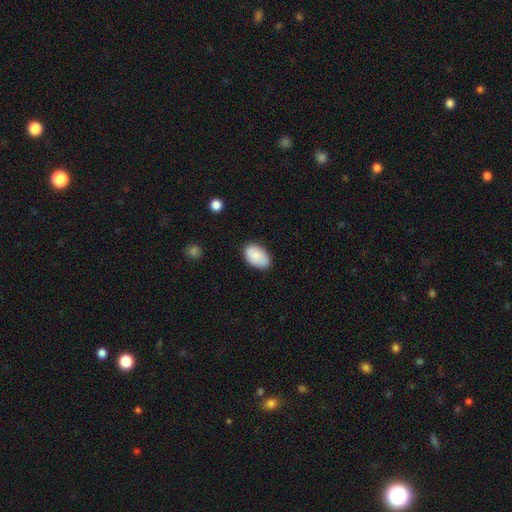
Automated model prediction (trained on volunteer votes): This is clearly a smooth galaxy (82%). How rounded: clearly in between (92%). Merging: likely none (80%).